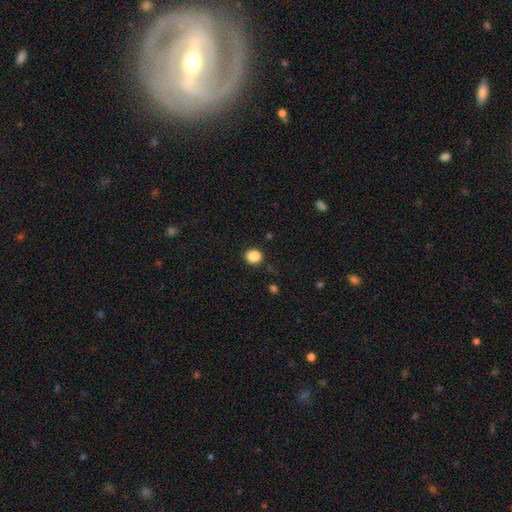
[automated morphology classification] smooth 87%, star or artifact 10%, featured or disk 3%. Down the decision tree: how rounded — round (79%); merging — none (88%).